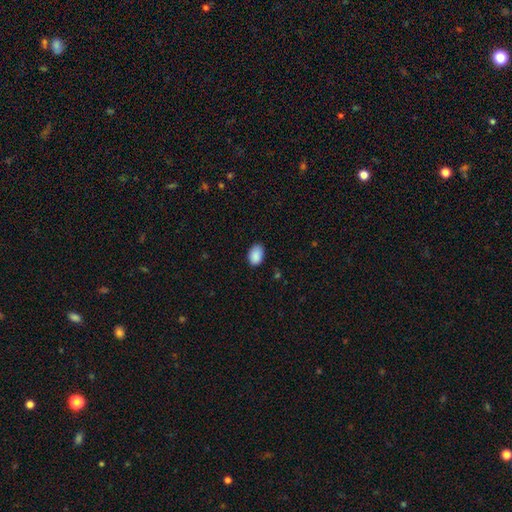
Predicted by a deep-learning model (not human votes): Q: Smooth or featured?
A: smooth (90%); runner-up: star or artifact (7%)
Q: How rounded?
A: in between (85%); runner-up: round (14%)
Q: Merging?
A: none (81%); runner-up: minor disturbance (15%)